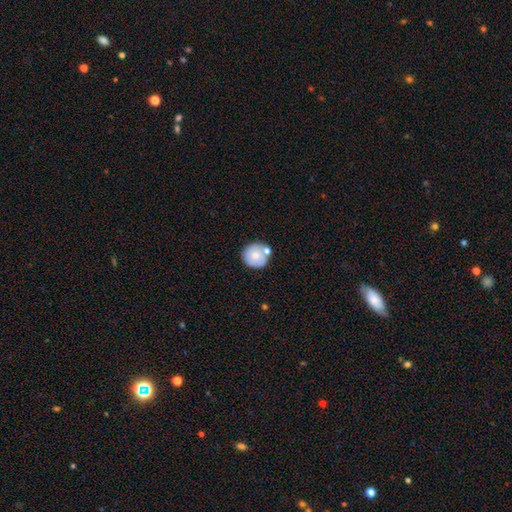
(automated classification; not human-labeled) smooth 69%, featured or disk 24%, star or artifact 7%. Down the decision tree: how rounded — round (90%); merging — none (64%).